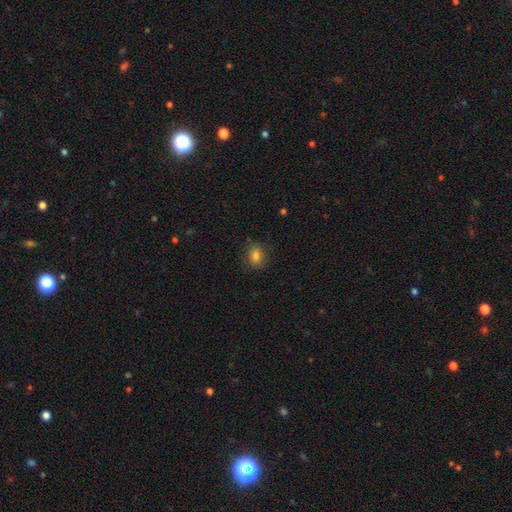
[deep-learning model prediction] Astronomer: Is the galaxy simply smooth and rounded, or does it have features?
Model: smooth — 81%.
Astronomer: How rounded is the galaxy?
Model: in between — 62% (runner-up: round, 37%).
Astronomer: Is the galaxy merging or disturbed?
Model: none — 81%.